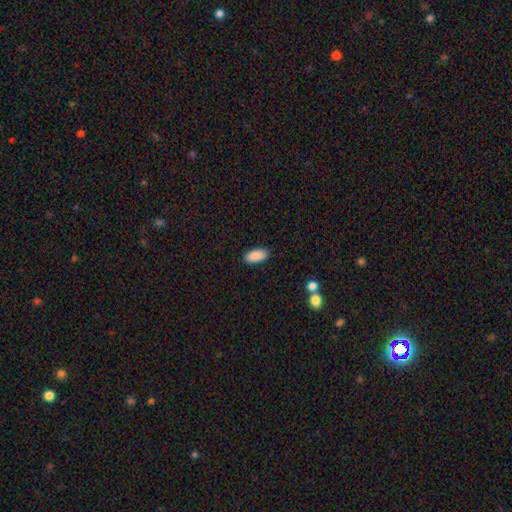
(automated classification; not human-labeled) smooth_or_featured: smooth (p=0.90) [alt: star or artifact p=0.07]
how_rounded: in between (p=0.91) [alt: cigar-shaped p=0.07]
merging: none (p=0.88) [alt: minor disturbance p=0.09]